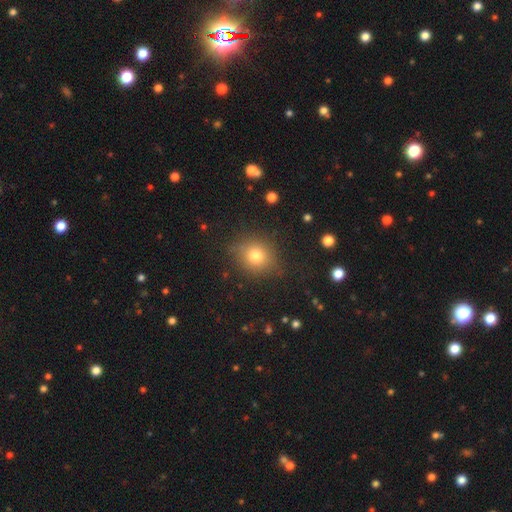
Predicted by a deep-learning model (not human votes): The model was most divided on "how rounded": round: 79%, in between: 19%, cigar-shaped: 1%. More confident: merging — none (83%); smooth or featured — smooth (76%).